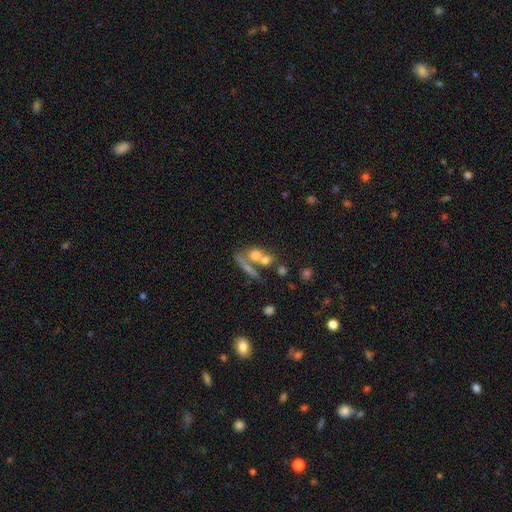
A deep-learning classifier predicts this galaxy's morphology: Smooth or featured? smooth (62%)
How rounded? round (44%)
Merging? merger (48%)